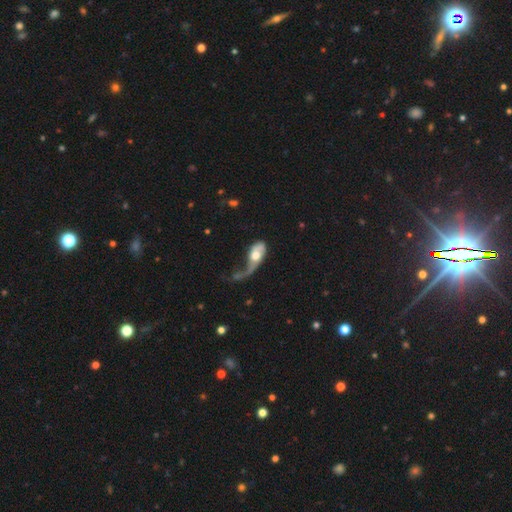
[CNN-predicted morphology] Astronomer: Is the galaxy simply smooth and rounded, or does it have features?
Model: featured or disk — 54% (runner-up: smooth, 40%).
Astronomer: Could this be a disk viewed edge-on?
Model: no — 88%.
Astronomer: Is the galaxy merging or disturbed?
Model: major disturbance — 59%.